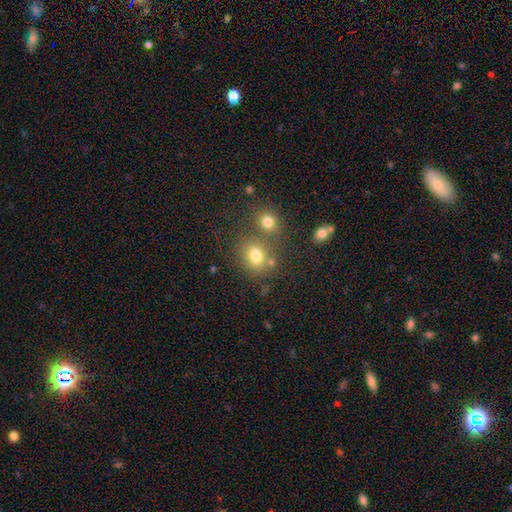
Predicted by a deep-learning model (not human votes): This is likely a smooth galaxy (76%). How rounded: likely round (65%). Merging: likely none (61%).